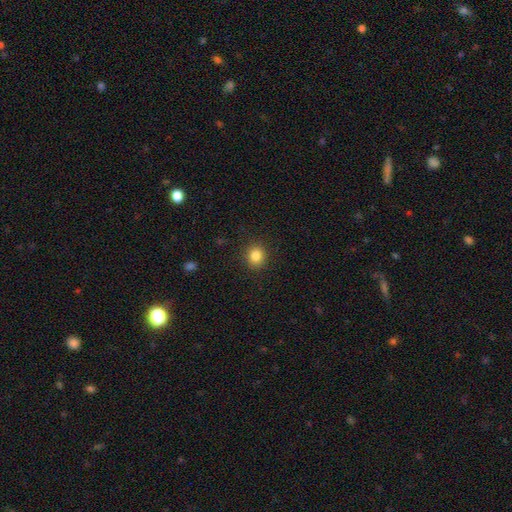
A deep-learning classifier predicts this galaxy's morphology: Smooth or featured: smooth — 84% (star or artifact — 11%)
How rounded: round — 83% (in between — 16%)
Merging: none — 90% (minor disturbance — 6%)